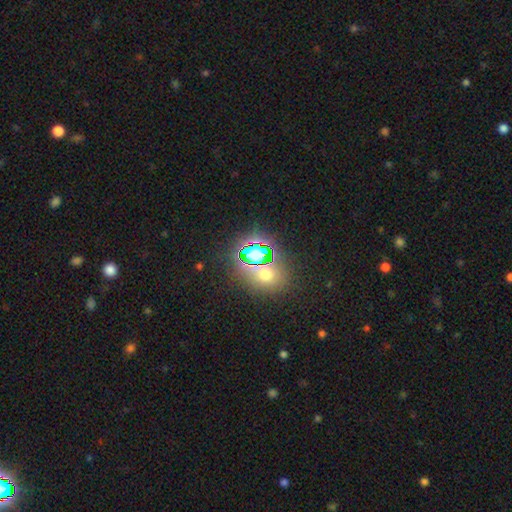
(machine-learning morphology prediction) Overall: star or artifact (60%; smooth 30%).